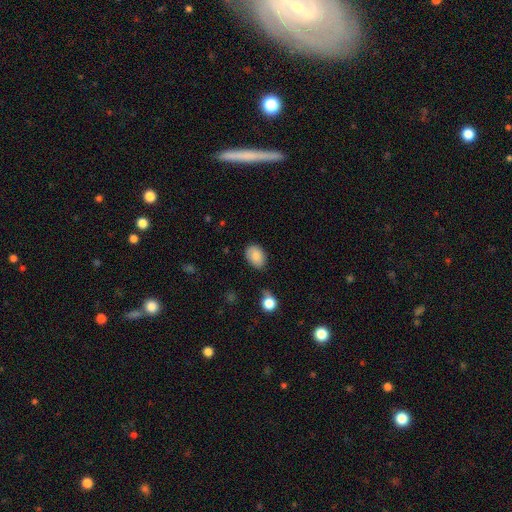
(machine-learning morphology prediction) This appears to be a smooth galaxy with no disk features (84%) that is in between round and cigar-shaped (80%). Merging: none (73%).